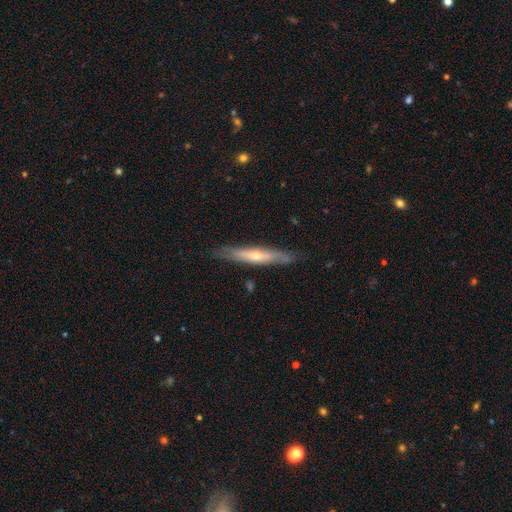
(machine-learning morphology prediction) featured or disk 57%, smooth 37%, star or artifact 6%. Down the decision tree: edge-on disk — yes (80%); merging — none (82%).